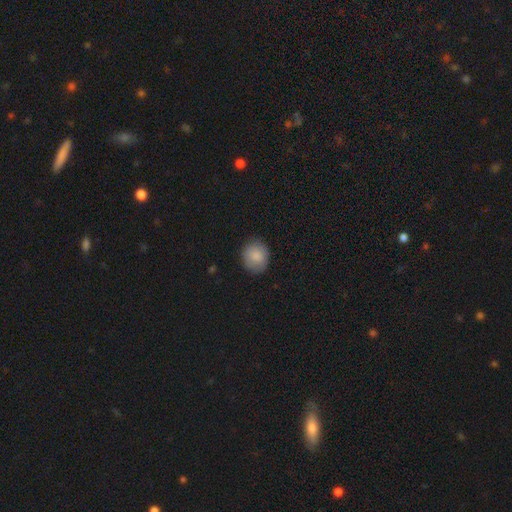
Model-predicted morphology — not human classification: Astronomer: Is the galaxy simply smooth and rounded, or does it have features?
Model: smooth — 85%.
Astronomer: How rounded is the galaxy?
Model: round — 72%.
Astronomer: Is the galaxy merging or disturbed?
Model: none — 84%.